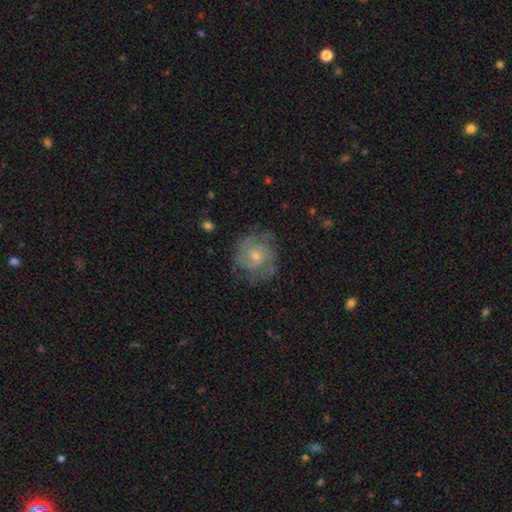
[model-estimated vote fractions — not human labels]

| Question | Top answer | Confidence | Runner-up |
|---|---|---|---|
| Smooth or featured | featured or disk | 64% | smooth (28%) |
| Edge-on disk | no | 98% | yes (2%) |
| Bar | no | 79% | weak (18%) |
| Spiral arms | yes | 86% | no (14%) |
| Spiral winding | tight | 52% | medium (36%) |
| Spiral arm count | can't tell | 33% | 2 (29%) |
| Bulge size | small | 62% | moderate (33%) |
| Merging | none | 72% | minor disturbance (18%) |